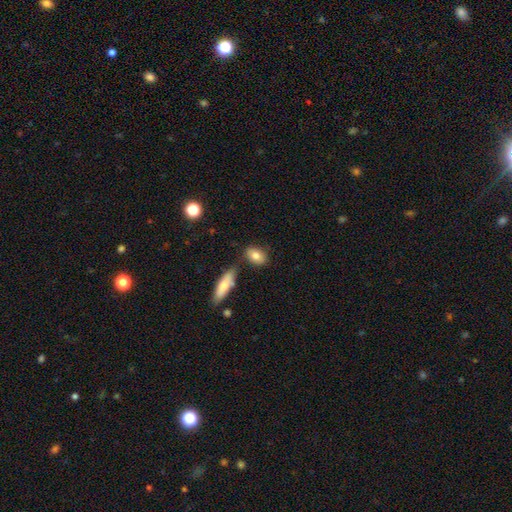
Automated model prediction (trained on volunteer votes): A smooth galaxy with no disk features (80%) that is in between round and cigar-shaped (80%).

Vote fractions:
- Smooth or featured? smooth: 80% / featured or disk: 12% / star or artifact: 7%
- How rounded? in between: 80% / round: 14% / cigar-shaped: 6%
- Merging? none: 73% / minor disturbance: 14% / merger: 10% / major disturbance: 3%